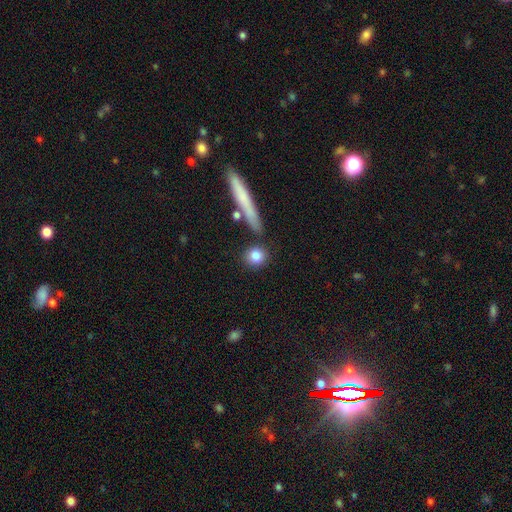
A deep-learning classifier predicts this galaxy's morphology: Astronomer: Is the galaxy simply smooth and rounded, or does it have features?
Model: smooth — 82%.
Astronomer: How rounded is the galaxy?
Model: round — 80%.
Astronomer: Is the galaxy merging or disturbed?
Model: none — 80%.